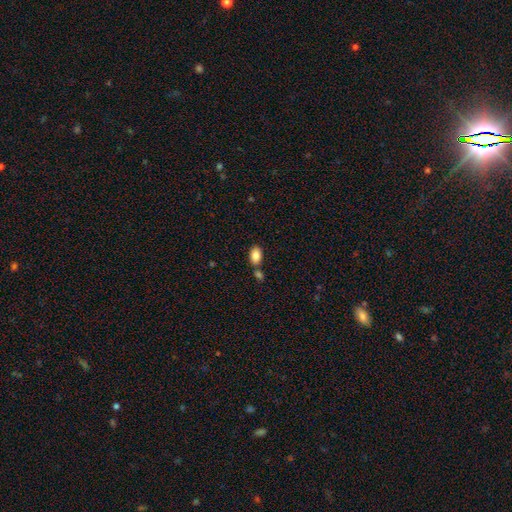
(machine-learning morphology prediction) Q: Smooth or featured?
A: smooth (86%); runner-up: star or artifact (8%)
Q: How rounded?
A: in between (90%); runner-up: round (9%)
Q: Merging?
A: none (63%); runner-up: merger (22%)